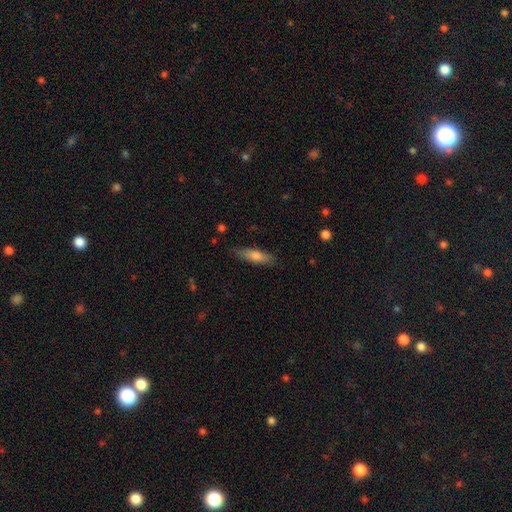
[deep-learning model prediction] A smooth galaxy with no disk features (68%) that is cigar-shaped (67%).

Vote fractions:
- Smooth or featured? smooth: 68% / featured or disk: 26% / star or artifact: 6%
- How rounded? cigar-shaped: 67% / in between: 31% / round: 2%
- Merging? none: 85% / minor disturbance: 11% / major disturbance: 2% / merger: 1%